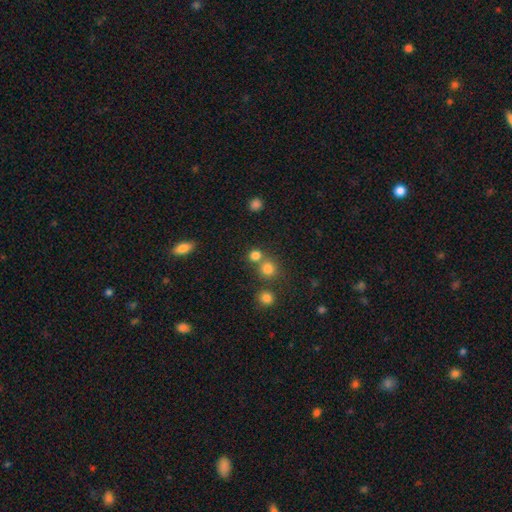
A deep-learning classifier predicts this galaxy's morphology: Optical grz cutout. It shows a smooth galaxy with no disk features (78%) that is round (85%). Merging: none (58%).